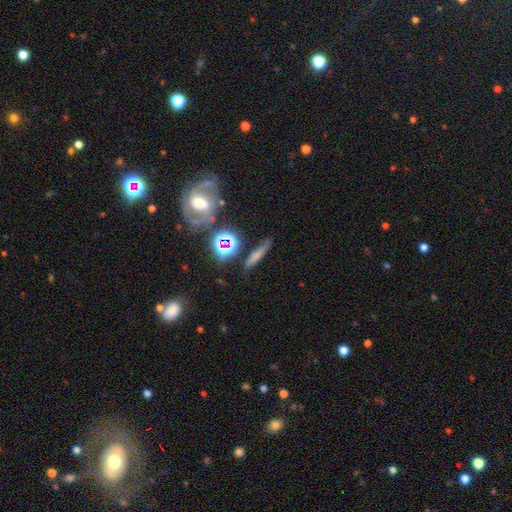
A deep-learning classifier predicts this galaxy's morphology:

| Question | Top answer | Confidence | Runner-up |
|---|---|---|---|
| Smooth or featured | smooth | 60% | featured or disk (22%) |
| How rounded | cigar-shaped | 78% | in between (11%) |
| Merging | none | 77% | minor disturbance (14%) |